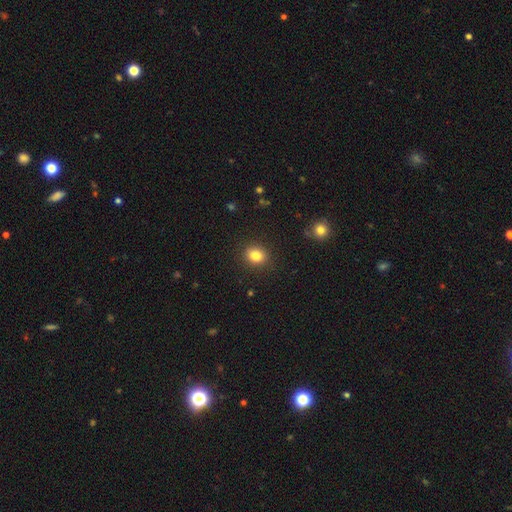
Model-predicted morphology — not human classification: The model was most divided on "how rounded": round: 60%, in between: 39%, cigar-shaped: 1%. More confident: merging — none (89%); smooth or featured — smooth (83%).